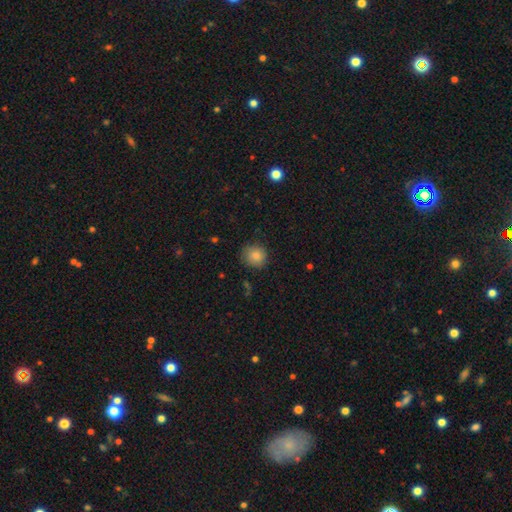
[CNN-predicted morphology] The model was most divided on "merging": none: 82%, minor disturbance: 14%, major disturbance: 3%, merger: 1%. More confident: how rounded — round (88%); smooth or featured — smooth (85%).